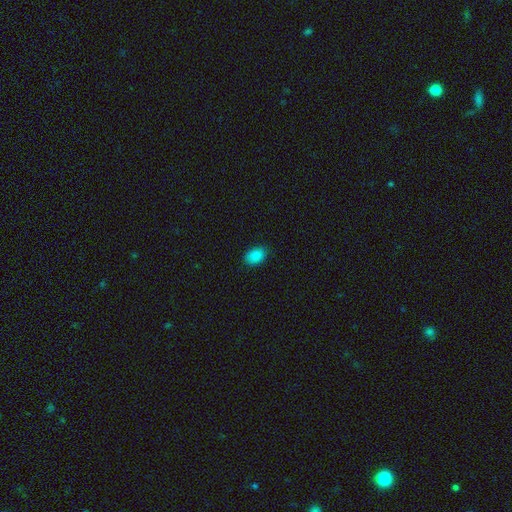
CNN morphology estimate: Smooth or featured: smooth — 87% (star or artifact — 10%)
How rounded: in between — 85% (round — 14%)
Merging: none — 83% (minor disturbance — 14%)